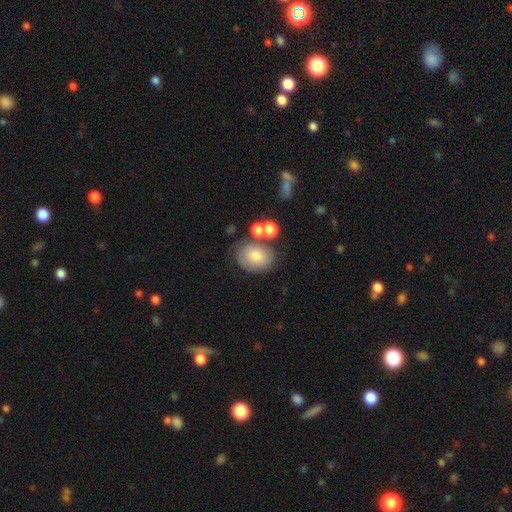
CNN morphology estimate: Overall: smooth (74%). How rounded: in between (66%; round 33%). Merging: none (60%).